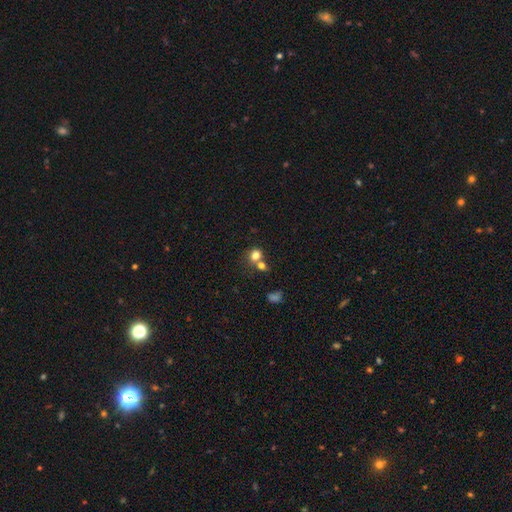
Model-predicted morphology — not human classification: Q: Smooth or featured?
A: smooth (77%); runner-up: star or artifact (14%)
Q: How rounded?
A: round (70%); runner-up: in between (29%)
Q: Merging?
A: none (47%); runner-up: merger (39%)